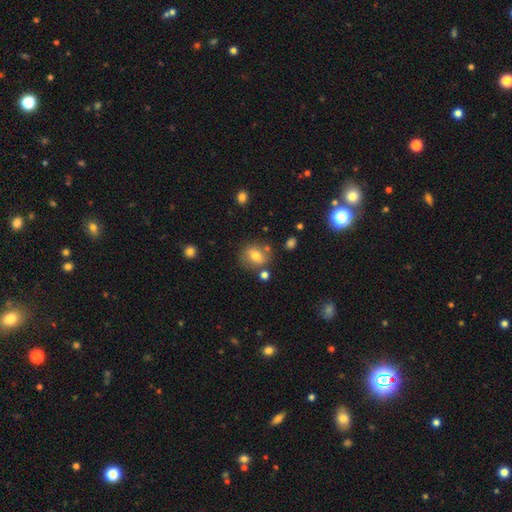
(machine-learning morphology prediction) A smooth galaxy with no disk features (72%) that is round (53%).

Vote fractions:
- Smooth or featured? smooth: 72% / featured or disk: 17% / star or artifact: 11%
- How rounded? round: 53% / in between: 46% / cigar-shaped: 2%
- Merging? none: 72% / minor disturbance: 14% / merger: 9% / major disturbance: 5%